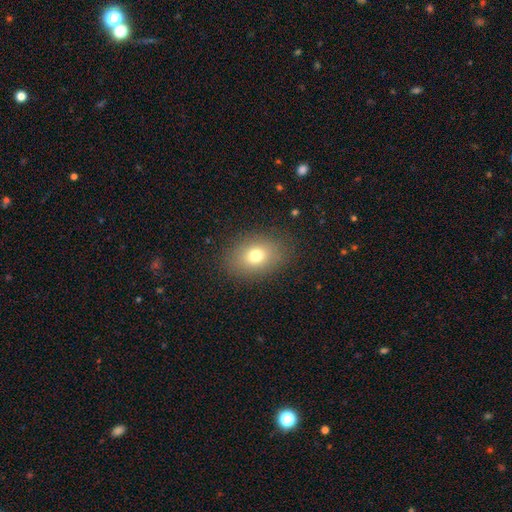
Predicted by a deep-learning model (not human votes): Smooth or featured: smooth — 75% (featured or disk — 13%)
How rounded: in between — 69% (round — 30%)
Merging: none — 85% (minor disturbance — 10%)